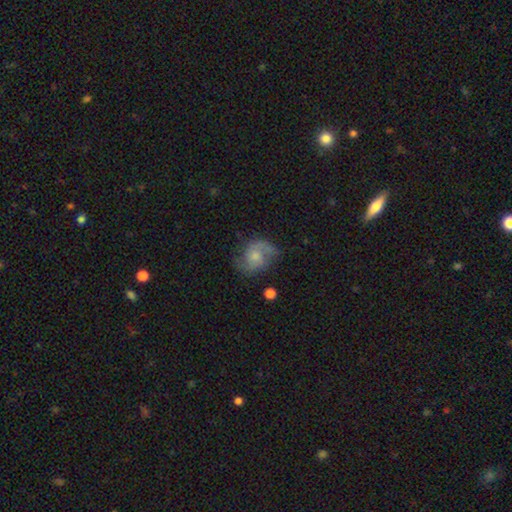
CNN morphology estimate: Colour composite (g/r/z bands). It shows a featured or disk galaxy (66%) with no bar (69%), 2 (82%) medium (46%) spiral arms (91%) and a small central bulge (50%). Merging: none (63%).